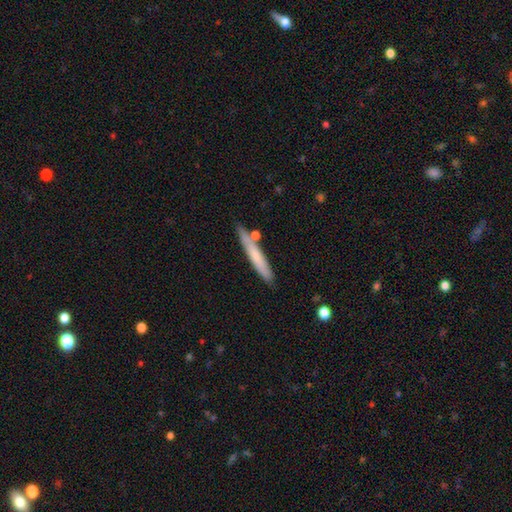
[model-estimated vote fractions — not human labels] smooth_or_featured: smooth (p=0.65) [alt: featured or disk p=0.29]
how_rounded: cigar-shaped (p=0.94) [alt: in between p=0.05]
merging: none (p=0.80) [alt: minor disturbance p=0.12]